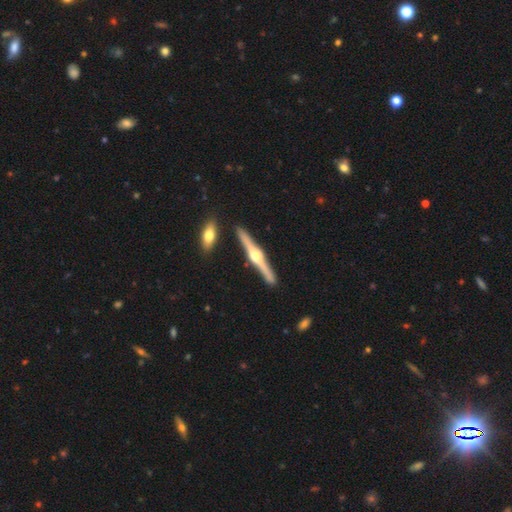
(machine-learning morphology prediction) smooth-or-featured: featured or disk: 83% | smooth: 13% | star or artifact: 4%
  disk-edge-on: yes: 98% | no: 2%
    edge-on-bulge: rounded: 96% | boxy: 3% | none: 2%
  merging: none: 89% | minor disturbance: 7% | merger: 3% | major disturbance: 2%